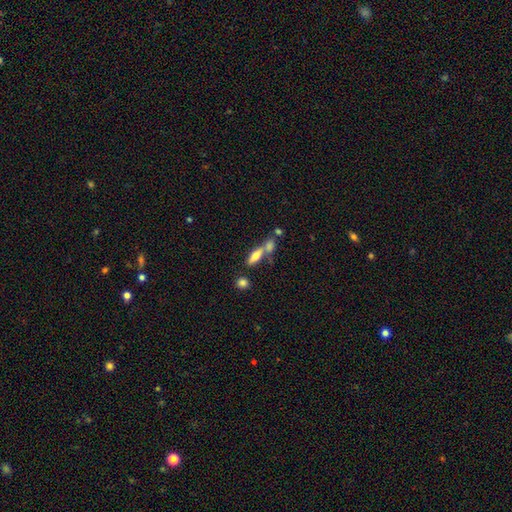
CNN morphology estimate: A smooth galaxy with no disk features (62%) that is cigar-shaped (52%).

Vote fractions:
- Smooth or featured? smooth: 62% / featured or disk: 30% / star or artifact: 9%
- How rounded? cigar-shaped: 52% / in between: 44% / round: 4%
- Merging? none: 46% / merger: 38% / minor disturbance: 11% / major disturbance: 6%